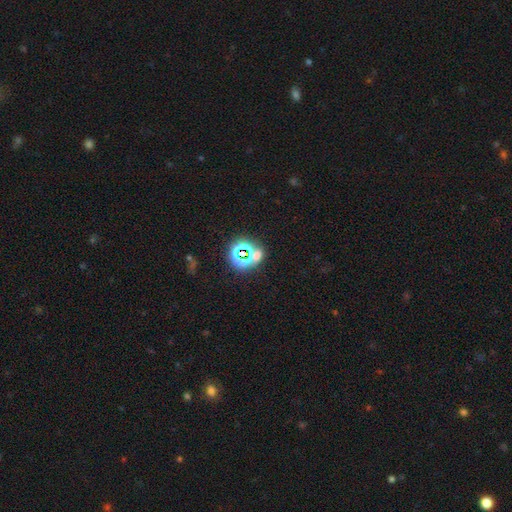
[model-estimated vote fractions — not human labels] Smooth or featured? star or artifact (64%)